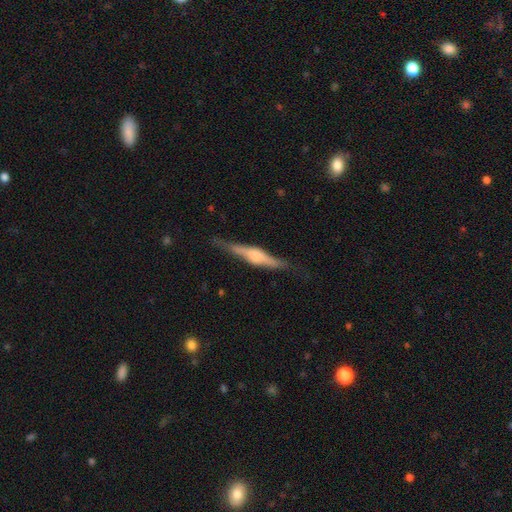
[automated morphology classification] Q: Smooth or featured?
A: featured or disk (71%); runner-up: smooth (23%)
Q: Edge-on disk?
A: yes (97%); runner-up: no (3%)
Q: Edge-on bulge?
A: rounded (64%); runner-up: boxy (30%)
Q: Merging?
A: none (79%); runner-up: minor disturbance (15%)